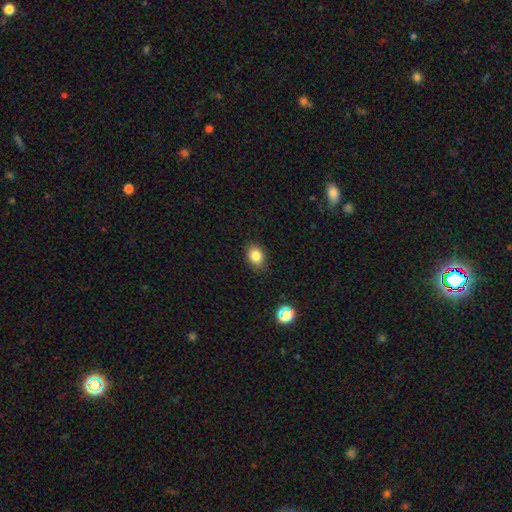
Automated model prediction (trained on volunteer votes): Smooth or featured: smooth — 83% (star or artifact — 11%)
How rounded: in between — 64% (round — 35%)
Merging: none — 87% (minor disturbance — 10%)